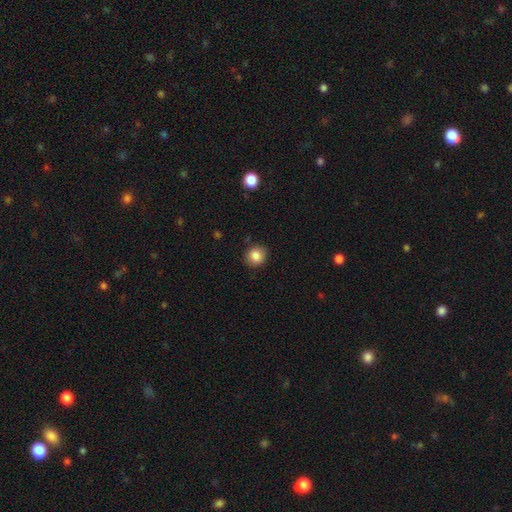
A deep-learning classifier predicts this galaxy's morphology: Overall: smooth (85%). How rounded: round (84%). Merging: none (86%).